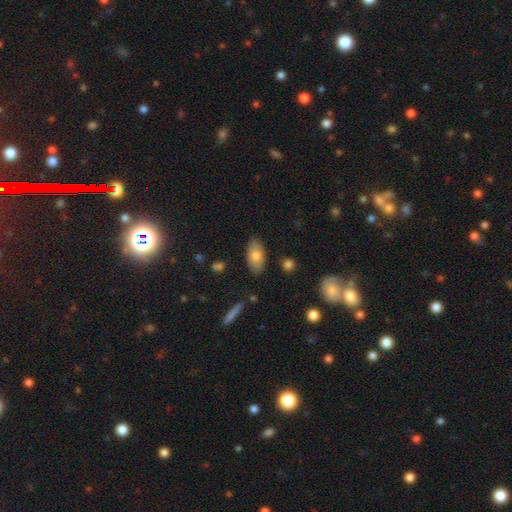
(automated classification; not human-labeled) smooth-or-featured: smooth: 76% | featured or disk: 17% | star or artifact: 7%
  how-rounded: in between: 90% | cigar-shaped: 6% | round: 4%
  merging: none: 85% | minor disturbance: 11% | major disturbance: 2% | merger: 2%